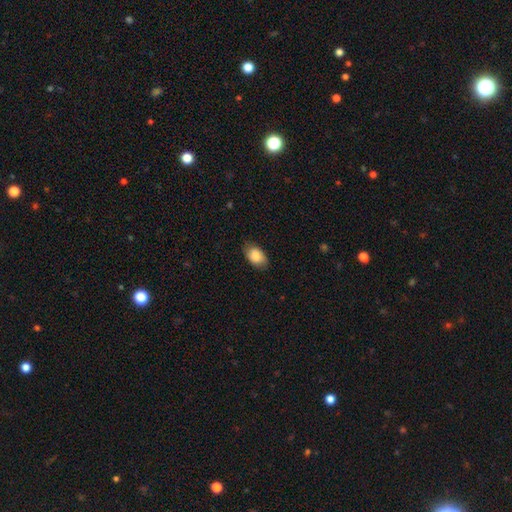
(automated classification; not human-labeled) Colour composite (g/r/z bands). It shows a smooth galaxy with no disk features (82%) that is in between round and cigar-shaped (89%). Merging: none (78%).